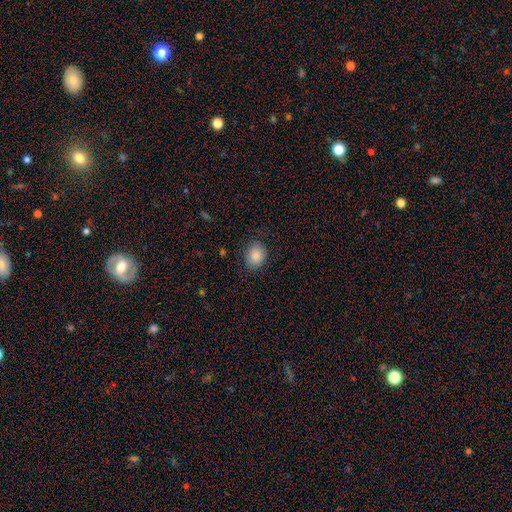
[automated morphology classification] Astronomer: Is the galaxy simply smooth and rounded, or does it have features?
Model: smooth — 87%.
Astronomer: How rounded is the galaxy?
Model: round — 53% (runner-up: in between, 46%).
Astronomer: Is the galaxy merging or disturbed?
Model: none — 83%.